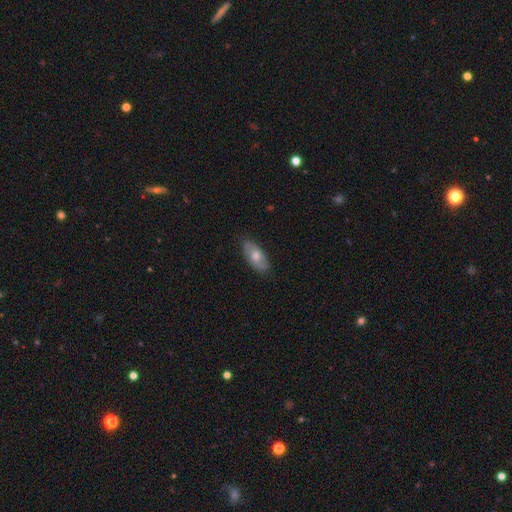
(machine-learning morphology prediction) This is possibly a smooth galaxy (54%). How rounded: clearly in between (87%). Merging: clearly none (84%).